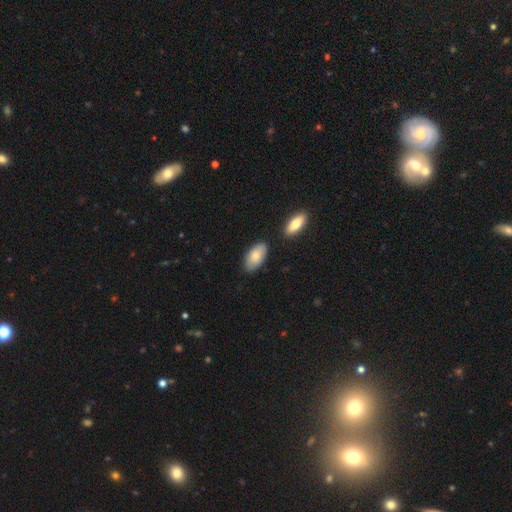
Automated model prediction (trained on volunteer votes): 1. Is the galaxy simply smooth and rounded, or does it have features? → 80% smooth, 14% featured or disk, 6% star or artifact.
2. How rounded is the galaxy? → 94% in between, 3% cigar-shaped, 3% round.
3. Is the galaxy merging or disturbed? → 78% none, 14% minor disturbance, 6% merger, 3% major disturbance.